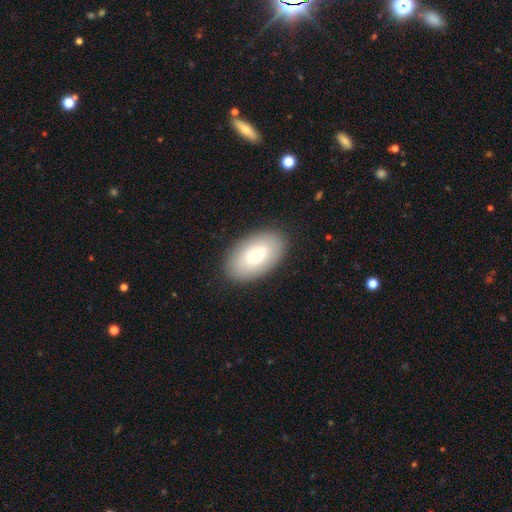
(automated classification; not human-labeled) smooth-or-featured: smooth: 76% | featured or disk: 18% | star or artifact: 6%
  how-rounded: in between: 94% | round: 4% | cigar-shaped: 1%
  merging: none: 87% | minor disturbance: 9% | major disturbance: 3% | merger: 1%